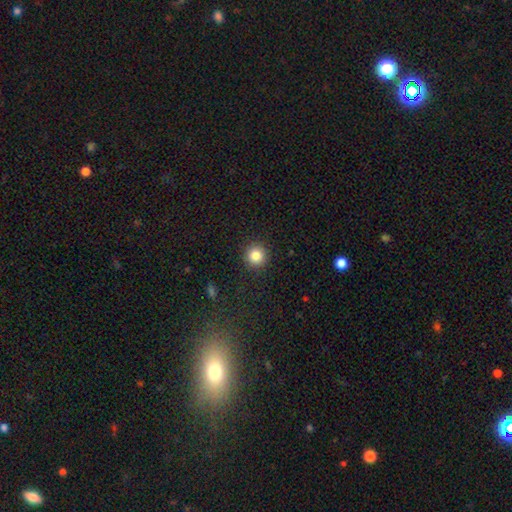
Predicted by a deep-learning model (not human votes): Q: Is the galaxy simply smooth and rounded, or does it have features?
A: smooth — 84%.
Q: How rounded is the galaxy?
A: round — 95%.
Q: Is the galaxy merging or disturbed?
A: none — 92%.